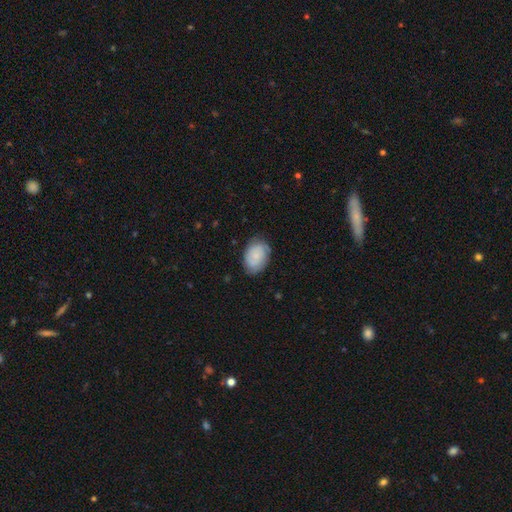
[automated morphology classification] Smooth or featured? smooth (68%)
How rounded? in between (84%)
Merging? none (75%)